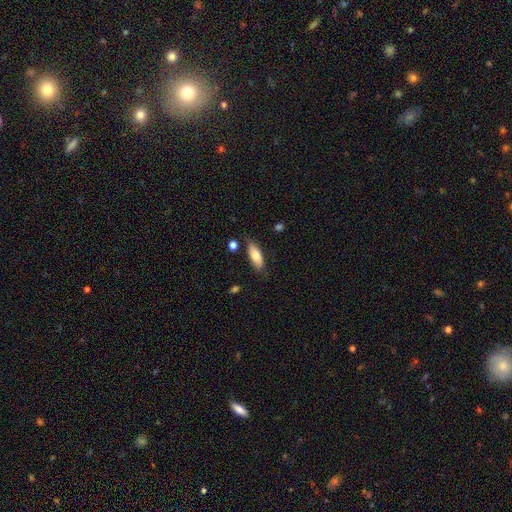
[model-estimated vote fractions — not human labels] A smooth galaxy with no disk features (74%) that is in between round and cigar-shaped (76%).

Vote fractions:
- Smooth or featured? smooth: 74% / featured or disk: 20% / star or artifact: 6%
- How rounded? in between: 76% / cigar-shaped: 22% / round: 2%
- Merging? none: 77% / minor disturbance: 16% / major disturbance: 3% / merger: 3%